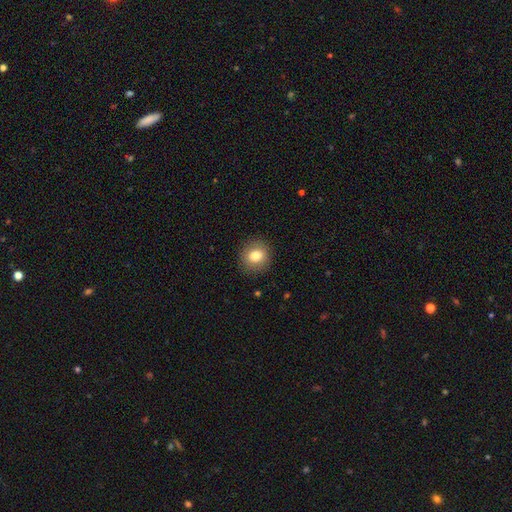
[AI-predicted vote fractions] smooth-or-featured: smooth: 79% | featured or disk: 11% | star or artifact: 10%
  how-rounded: round: 86% | in between: 13% | cigar-shaped: 1%
  merging: none: 89% | minor disturbance: 7% | major disturbance: 2% | merger: 1%